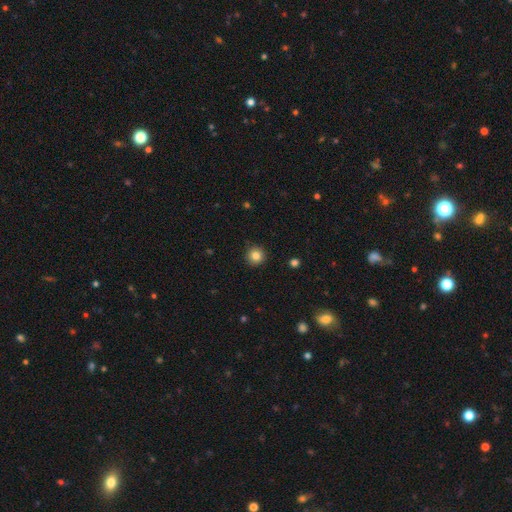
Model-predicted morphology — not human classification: A smooth galaxy with no disk features (84%) that is round (94%).

Vote fractions:
- Smooth or featured? smooth: 84% / star or artifact: 11% / featured or disk: 5%
- How rounded? round: 94% / in between: 5% / cigar-shaped: 1%
- Merging? none: 91% / minor disturbance: 6% / major disturbance: 2% / merger: 1%